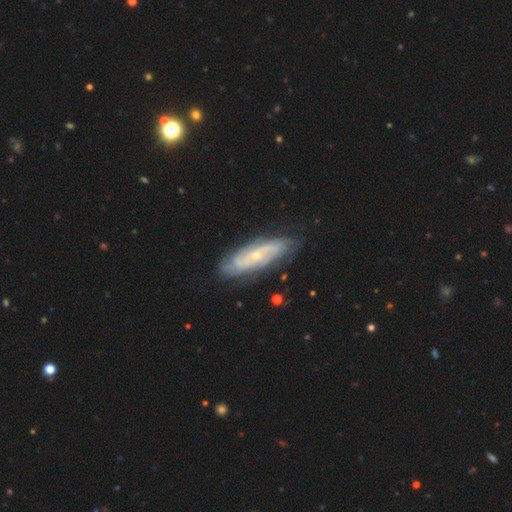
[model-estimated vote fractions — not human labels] The model was most divided on "spiral arm count": can't tell: 42%, 2: 32%, 3: 10%, 4: 7%, more than 4: 4%, 1: 4%. More confident: spiral arms — yes (90%); edge-on disk — no (81%); merging — none (81%); smooth or featured — featured or disk (77%); bulge size — small (76%); bar — no (64%); spiral winding — tight (52%).